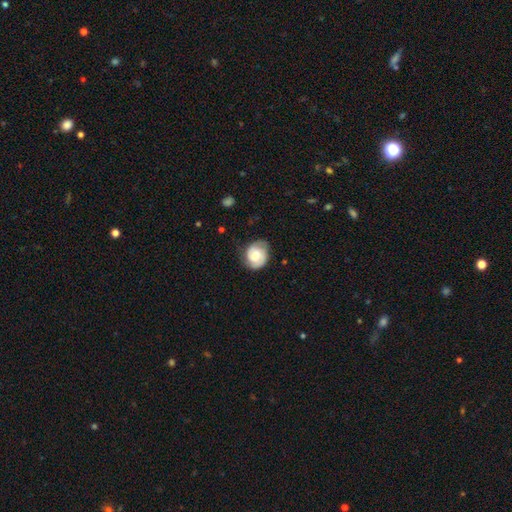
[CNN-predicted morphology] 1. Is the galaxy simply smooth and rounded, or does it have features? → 53% featured or disk, 40% smooth, 7% star or artifact.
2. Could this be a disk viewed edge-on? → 97% no, 3% yes.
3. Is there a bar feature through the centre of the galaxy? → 56% no, 35% weak, 9% strong.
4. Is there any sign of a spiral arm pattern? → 84% yes, 16% no.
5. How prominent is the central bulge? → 58% moderate, 22% small, 15% large, 3% none, 2% dominant.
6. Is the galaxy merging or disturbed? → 69% none, 23% minor disturbance, 7% major disturbance, 1% merger.